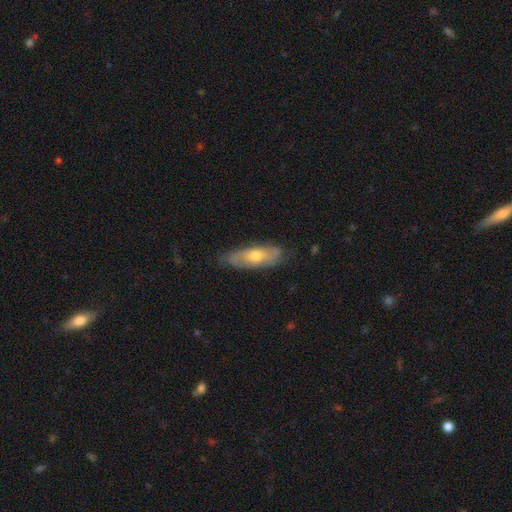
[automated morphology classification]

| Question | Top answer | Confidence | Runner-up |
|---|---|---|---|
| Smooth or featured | featured or disk | 58% | smooth (35%) |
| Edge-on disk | no | 68% | yes (32%) |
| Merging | none | 77% | minor disturbance (18%) |